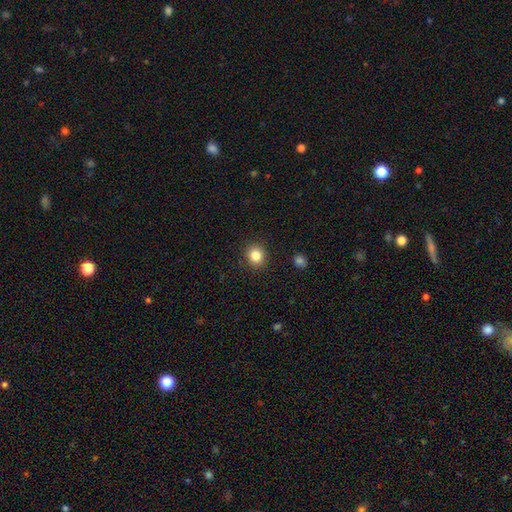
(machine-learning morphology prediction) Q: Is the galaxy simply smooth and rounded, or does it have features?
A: smooth — 84%.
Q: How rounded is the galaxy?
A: round — 82%.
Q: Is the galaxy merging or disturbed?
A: none — 91%.